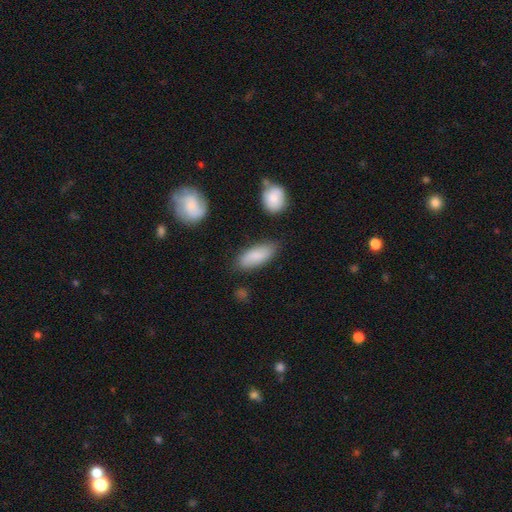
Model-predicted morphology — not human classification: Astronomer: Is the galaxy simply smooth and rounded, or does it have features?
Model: smooth — 82%.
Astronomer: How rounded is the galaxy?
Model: in between — 79%.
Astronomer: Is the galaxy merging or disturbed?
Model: none — 77%.